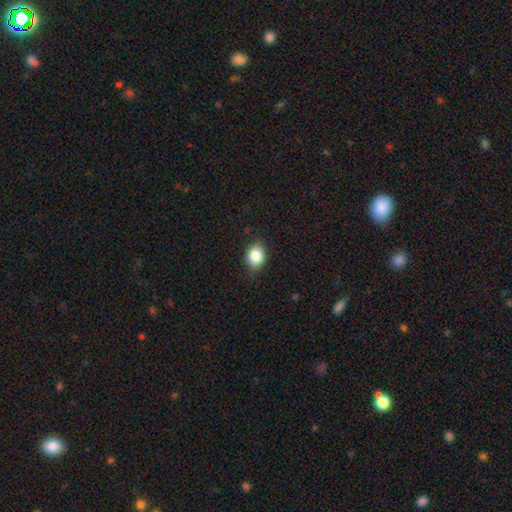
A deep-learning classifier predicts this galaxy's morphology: A smooth galaxy with no disk features (85%) that is in between round and cigar-shaped (60%). Merging: none (83%).